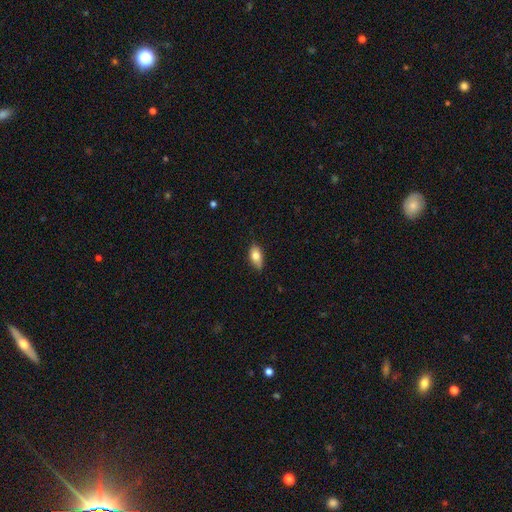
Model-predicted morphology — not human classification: This is likely a smooth galaxy (77%). How rounded: clearly in between (85%). Merging: likely none (78%).